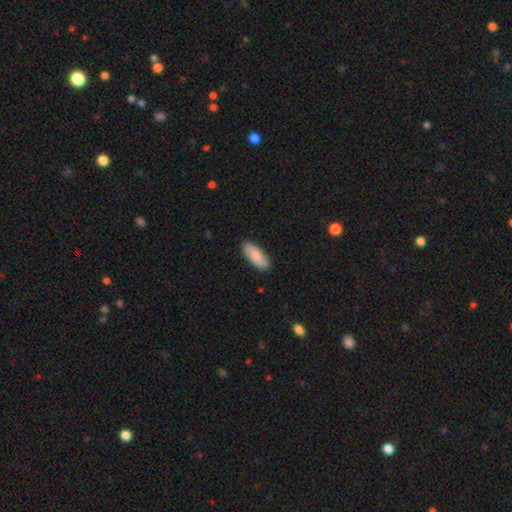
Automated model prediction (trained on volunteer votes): Morphology: type=smooth (77%); roundness=in between (78%); merging=none (86%).